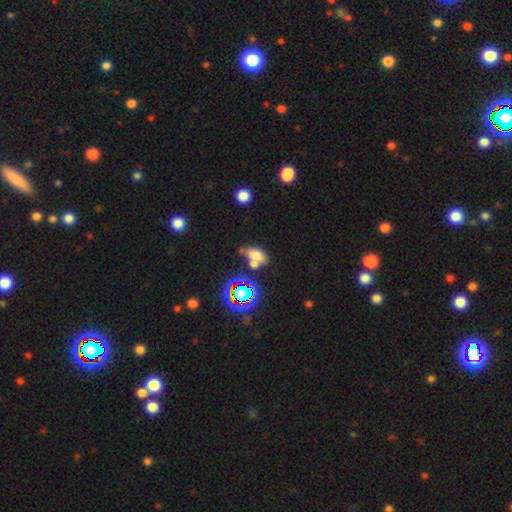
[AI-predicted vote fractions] smooth_or_featured: smooth (p=0.63) [alt: star or artifact p=0.20]
how_rounded: in between (p=0.80) [alt: round p=0.16]
merging: none (p=0.38) [alt: merger p=0.36]